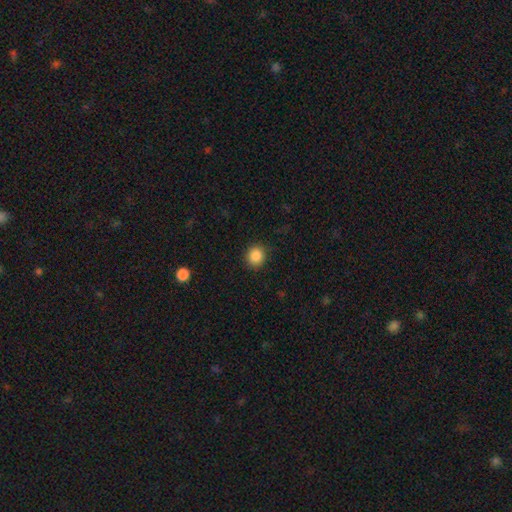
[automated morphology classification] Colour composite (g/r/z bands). It shows a smooth galaxy with no disk features (87%) that is round (85%). Merging: none (89%).